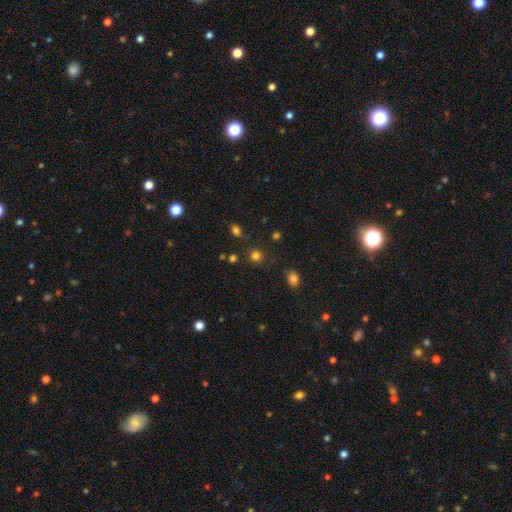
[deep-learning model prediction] Overall: smooth (77%). How rounded: round (88%). Merging: none (82%).